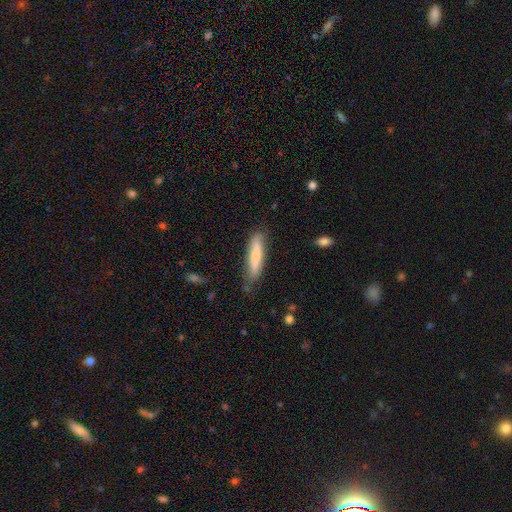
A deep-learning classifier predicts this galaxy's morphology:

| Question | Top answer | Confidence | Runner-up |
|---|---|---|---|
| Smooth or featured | smooth | 66% | featured or disk (28%) |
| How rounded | cigar-shaped | 80% | in between (19%) |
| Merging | none | 78% | minor disturbance (17%) |